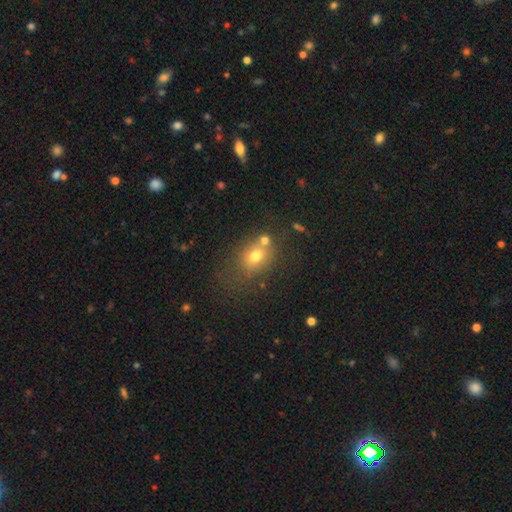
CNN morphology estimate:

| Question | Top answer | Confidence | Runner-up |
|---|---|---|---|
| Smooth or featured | smooth | 69% | star or artifact (16%) |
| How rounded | in between | 51% | round (48%) |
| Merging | none | 55% | merger (23%) |